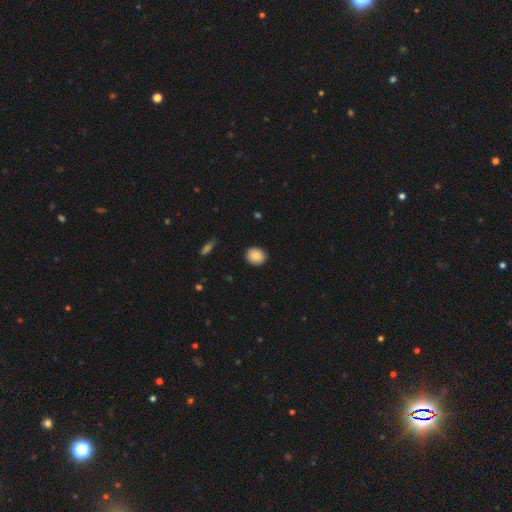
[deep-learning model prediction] The model was most divided on "how rounded": round: 72%, in between: 27%, cigar-shaped: 1%. More confident: merging — none (88%); smooth or featured — smooth (86%).